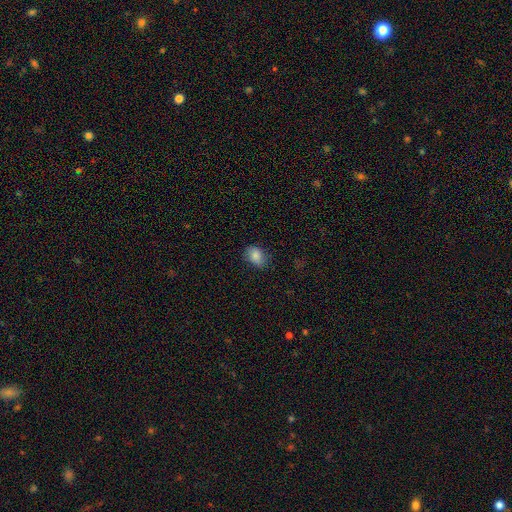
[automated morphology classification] Smooth or featured?
  - smooth: 85% *
  - star or artifact: 9%
  - featured or disk: 7%
How rounded?
  - in between: 69% *
  - round: 29%
  - cigar-shaped: 1%
Merging?
  - none: 75% *
  - minor disturbance: 19%
  - major disturbance: 4%
  - merger: 1%